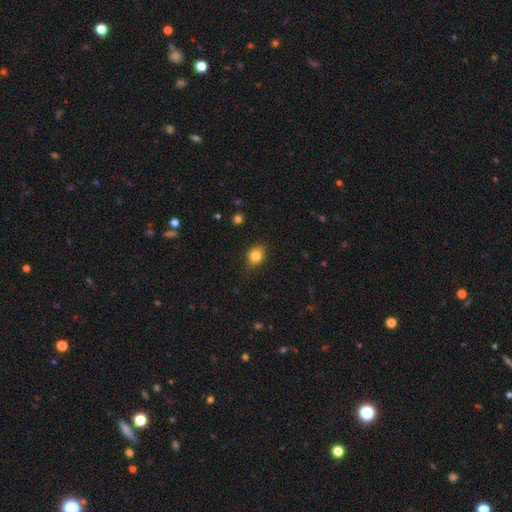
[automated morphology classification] A smooth galaxy with no disk features (83%) that is in between round and cigar-shaped (50%).

Vote fractions:
- Smooth or featured? smooth: 83% / star or artifact: 10% / featured or disk: 7%
- How rounded? in between: 50% / round: 49% / cigar-shaped: 1%
- Merging? none: 84% / minor disturbance: 12% / major disturbance: 3% / merger: 1%